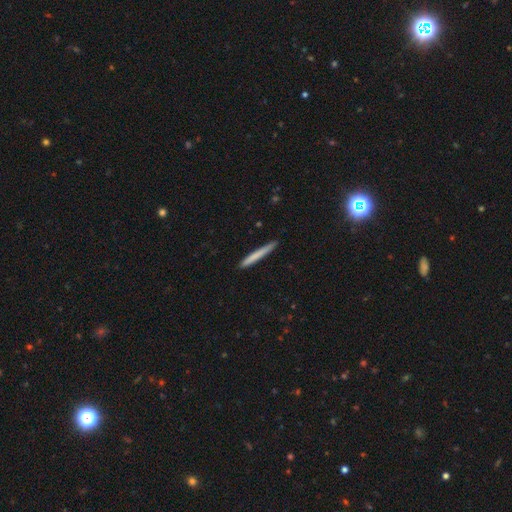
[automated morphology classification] This is likely a smooth galaxy (73%). How rounded: clearly cigar-shaped (97%). Merging: clearly none (91%).